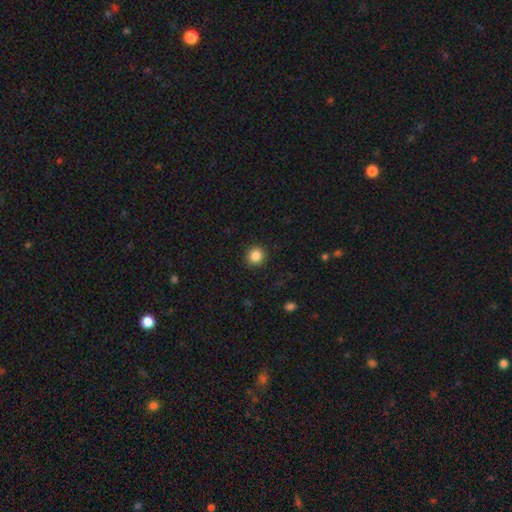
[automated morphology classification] Smooth or featured? smooth (86%)
How rounded? round (93%)
Merging? none (92%)